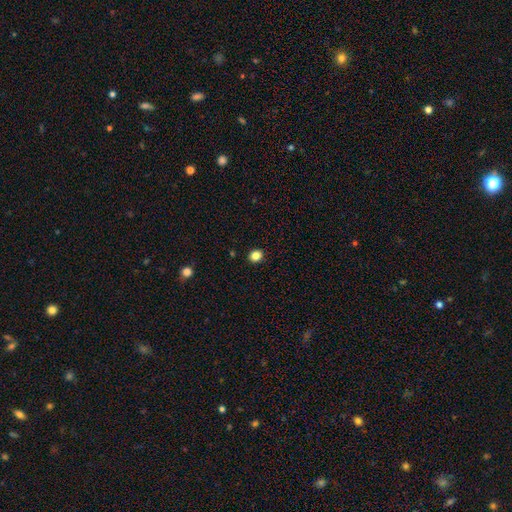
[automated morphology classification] Q: Smooth or featured?
A: smooth (84%); runner-up: star or artifact (12%)
Q: How rounded?
A: round (75%); runner-up: in between (24%)
Q: Merging?
A: none (91%); runner-up: minor disturbance (6%)